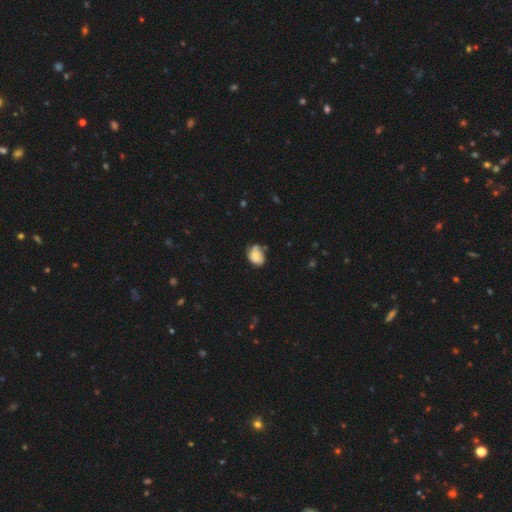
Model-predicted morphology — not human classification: A smooth galaxy with no disk features (76%) that is in between round and cigar-shaped (71%).

Vote fractions:
- Smooth or featured? smooth: 76% / featured or disk: 15% / star or artifact: 9%
- How rounded? in between: 71% / round: 28% / cigar-shaped: 1%
- Merging? none: 47% / minor disturbance: 36% / major disturbance: 10% / merger: 7%